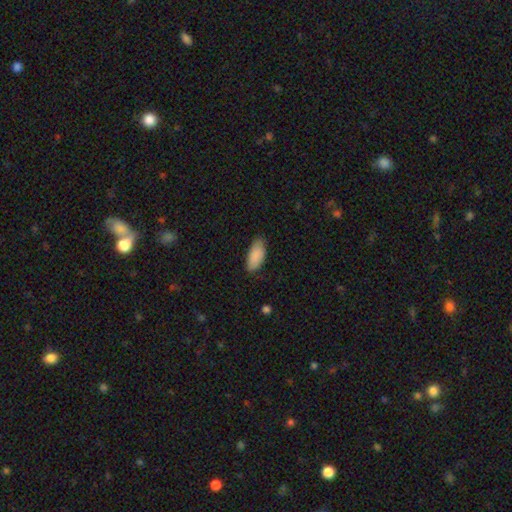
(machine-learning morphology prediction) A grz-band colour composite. It shows a smooth galaxy with no disk features (89%) that is in between round and cigar-shaped (88%). Merging: none (79%).